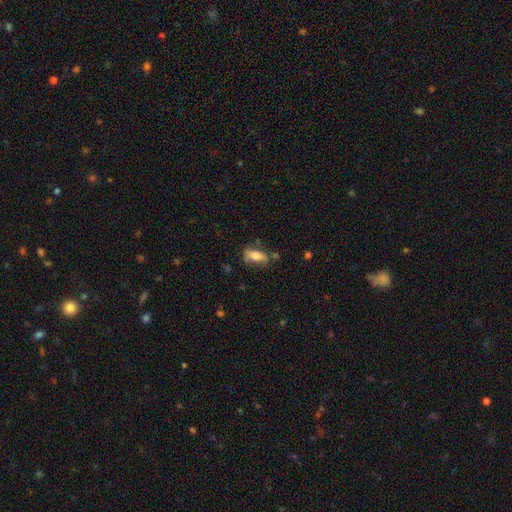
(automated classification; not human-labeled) A smooth galaxy with no disk features (66%) that is in between round and cigar-shaped (71%). Merging: none (67%).